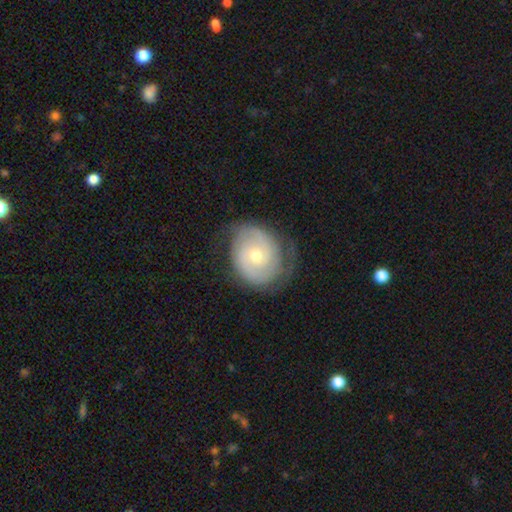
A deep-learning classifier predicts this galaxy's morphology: Smooth or featured: featured or disk — 78% (smooth — 17%)
Edge-on disk: no — 97% (yes — 3%)
Bar: no — 72% (weak — 24%)
Spiral arms: yes — 91% (no — 9%)
Spiral winding: tight — 63% (medium — 27%)
Spiral arm count: 2 — 64% (can't tell — 19%)
Bulge size: moderate — 66% (small — 29%)
Merging: none — 68% (minor disturbance — 22%)